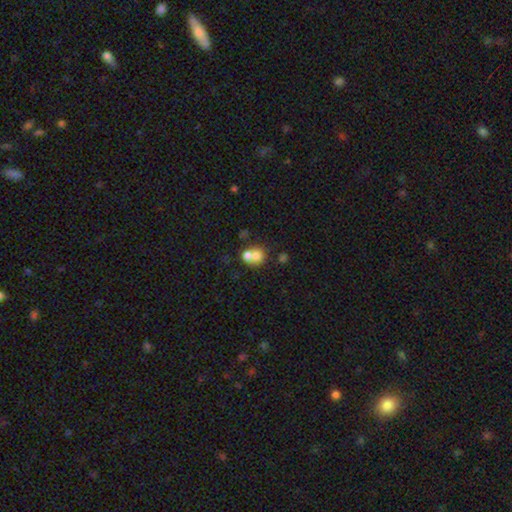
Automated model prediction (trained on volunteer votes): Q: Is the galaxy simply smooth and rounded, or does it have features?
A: smooth — 71%.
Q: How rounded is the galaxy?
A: round — 76%.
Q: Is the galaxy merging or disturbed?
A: merger — 59%.